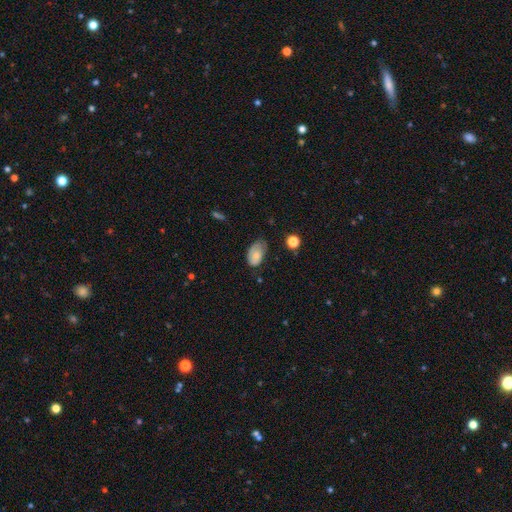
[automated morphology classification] smooth 67%, featured or disk 25%, star or artifact 8%. Down the decision tree: how rounded — in between (91%); merging — none (44%).